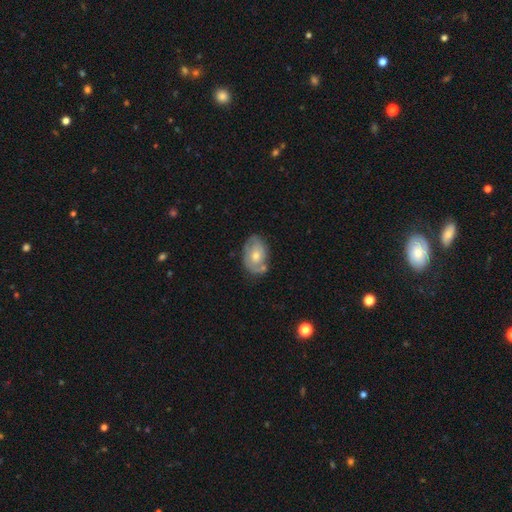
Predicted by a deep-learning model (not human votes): smooth-or-featured: featured or disk: 57% | smooth: 35% | star or artifact: 8%
  disk-edge-on: no: 94% | yes: 6%
    bar: no: 77% | weak: 19% | strong: 3%
    has-spiral-arms: yes: 65% | no: 35%
    bulge-size: moderate: 63% | small: 30% | large: 4% | none: 2% | dominant: 1%
  merging: none: 65% | minor disturbance: 22% | merger: 6% | major disturbance: 6%